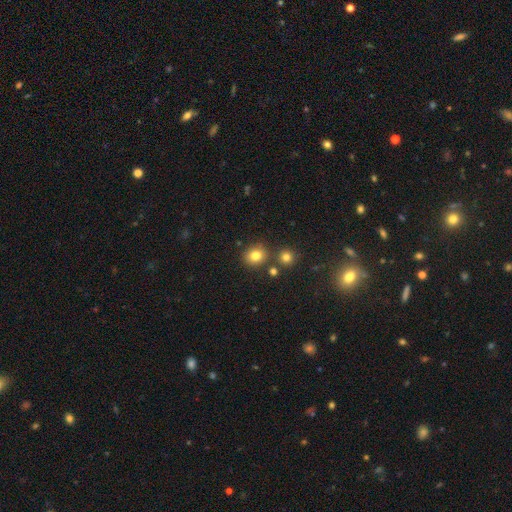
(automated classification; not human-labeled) smooth-or-featured: smooth: 80% | star or artifact: 13% | featured or disk: 7%
  how-rounded: round: 75% | in between: 24% | cigar-shaped: 1%
  merging: none: 79% | minor disturbance: 9% | merger: 9% | major disturbance: 3%